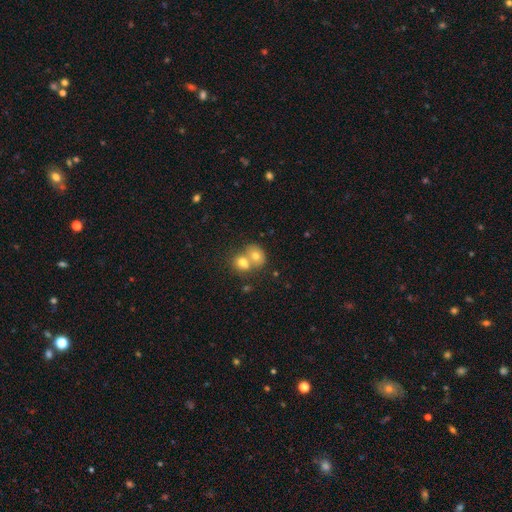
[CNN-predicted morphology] Smooth or featured? Predicted: smooth (p=0.72). How rounded? Predicted: round (p=0.52). Merging? Predicted: merger (p=0.67).